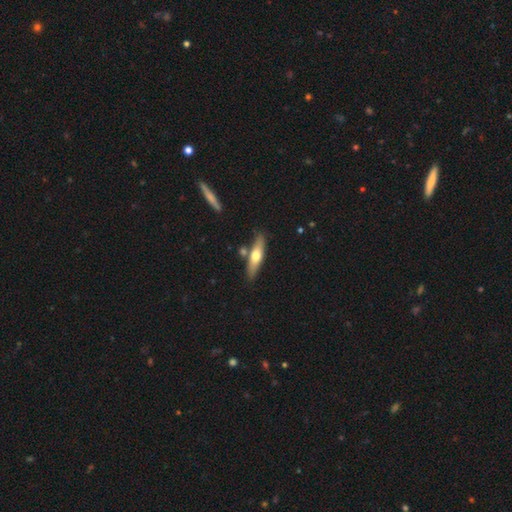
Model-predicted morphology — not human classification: This is possibly a smooth galaxy (50%). How rounded: likely cigar-shaped (71%). Merging: likely none (77%).